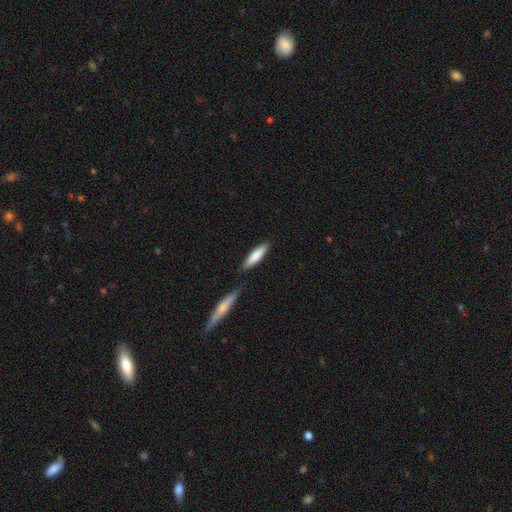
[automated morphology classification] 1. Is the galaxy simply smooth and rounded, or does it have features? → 81% smooth, 14% featured or disk, 5% star or artifact.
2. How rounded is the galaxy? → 66% cigar-shaped, 33% in between, 1% round.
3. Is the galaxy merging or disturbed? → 72% none, 13% minor disturbance, 11% merger, 3% major disturbance.